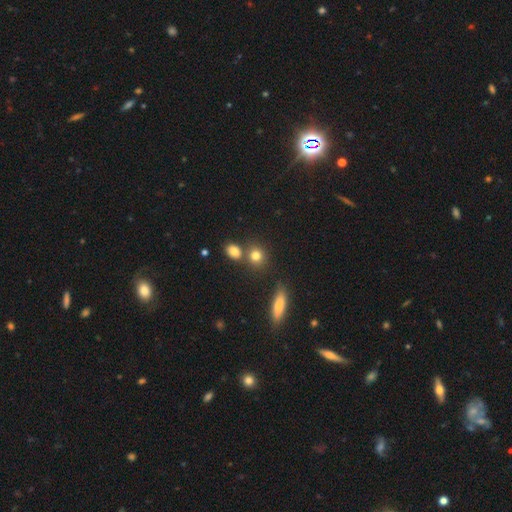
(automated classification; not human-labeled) A smooth galaxy with no disk features (79%) that is round (75%).

Vote fractions:
- Smooth or featured? smooth: 79% / star or artifact: 12% / featured or disk: 9%
- How rounded? round: 75% / in between: 22% / cigar-shaped: 3%
- Merging? none: 66% / merger: 21% / minor disturbance: 10% / major disturbance: 3%